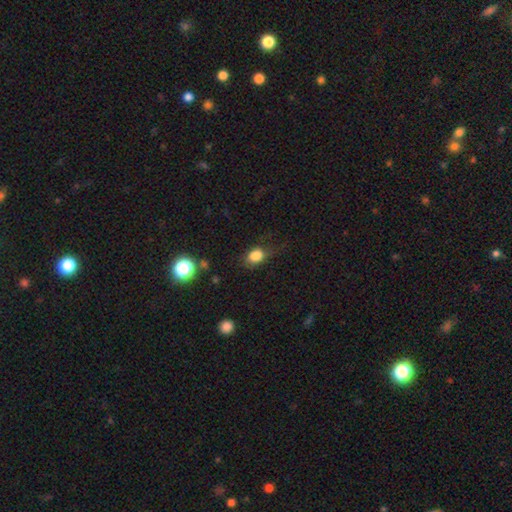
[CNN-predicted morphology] The model was most divided on "merging": none: 53%, minor disturbance: 27%, major disturbance: 17%, merger: 3%. More confident: smooth or featured — smooth (82%); how rounded — in between (66%).